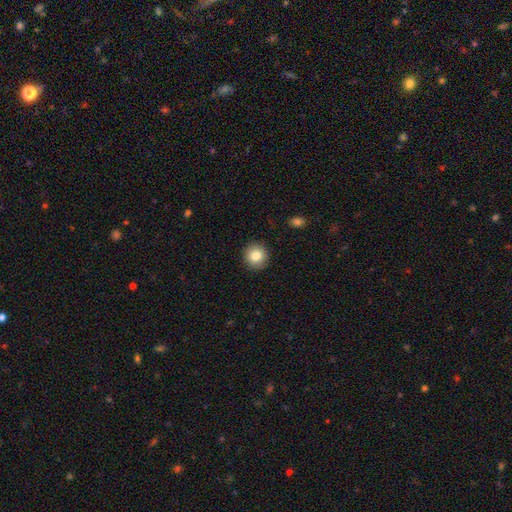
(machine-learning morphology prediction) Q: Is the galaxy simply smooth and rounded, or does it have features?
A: smooth — 83%.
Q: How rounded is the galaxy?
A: round — 93%.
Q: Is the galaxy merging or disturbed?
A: none — 91%.